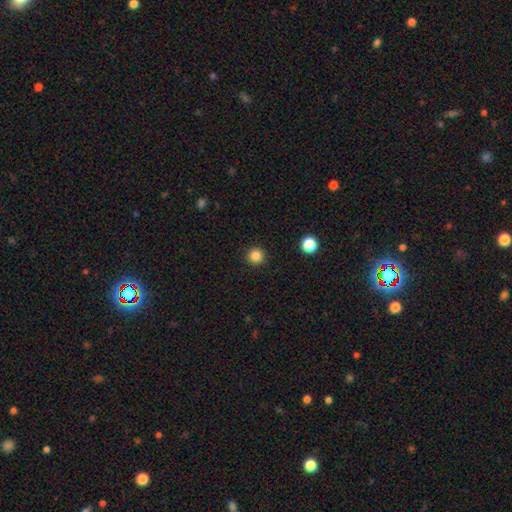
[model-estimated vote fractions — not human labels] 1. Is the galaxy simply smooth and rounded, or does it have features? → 84% smooth, 12% star or artifact, 4% featured or disk.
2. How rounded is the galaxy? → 96% round, 3% in between, 1% cigar-shaped.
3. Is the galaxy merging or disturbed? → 93% none, 4% minor disturbance, 2% major disturbance, 1% merger.